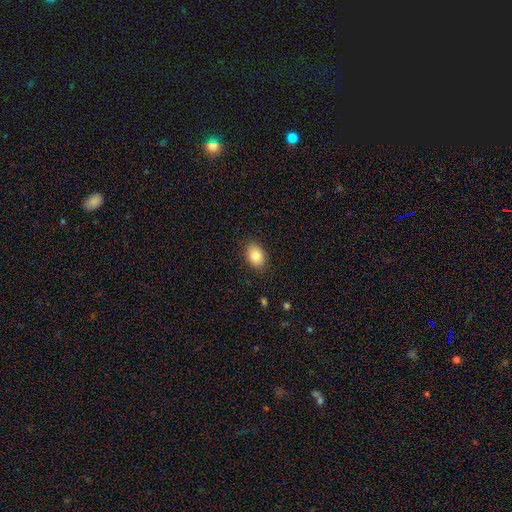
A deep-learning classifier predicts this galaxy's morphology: smooth-or-featured: smooth: 83% | featured or disk: 9% | star or artifact: 8%
  how-rounded: in between: 79% | round: 20% | cigar-shaped: 1%
  merging: none: 88% | minor disturbance: 9% | major disturbance: 2% | merger: 1%